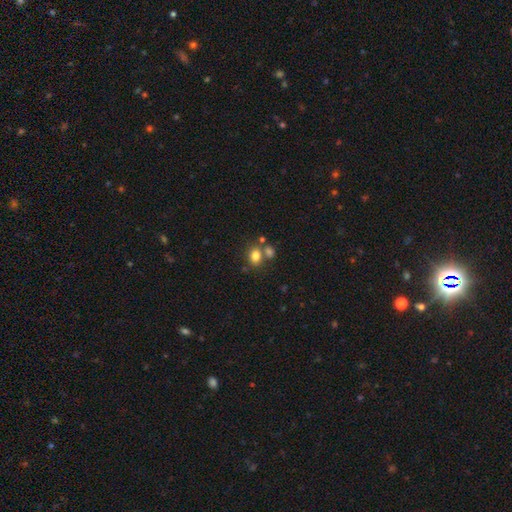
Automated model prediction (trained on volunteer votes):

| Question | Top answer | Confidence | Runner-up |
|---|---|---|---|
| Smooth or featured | smooth | 79% | star or artifact (12%) |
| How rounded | in between | 57% | round (42%) |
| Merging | none | 55% | merger (29%) |